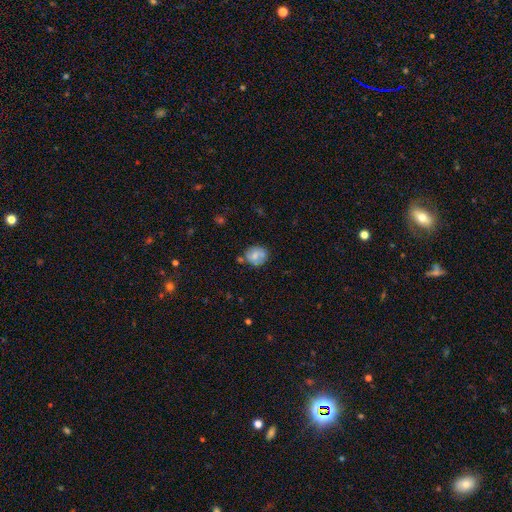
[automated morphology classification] Smooth or featured?
  - smooth: 63% *
  - featured or disk: 27%
  - star or artifact: 10%
How rounded?
  - round: 64% *
  - in between: 35%
  - cigar-shaped: 1%
Merging?
  - none: 65% *
  - minor disturbance: 22%
  - merger: 8%
  - major disturbance: 6%